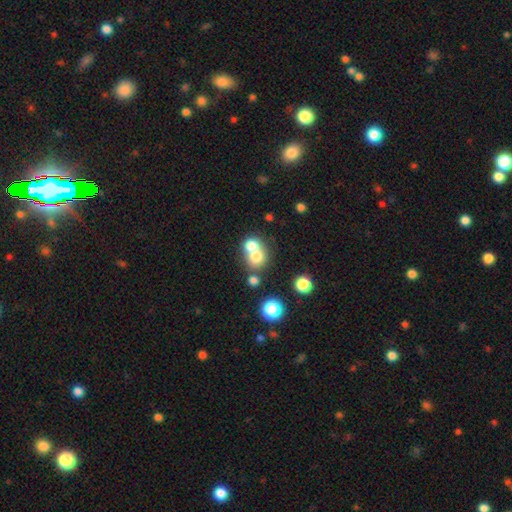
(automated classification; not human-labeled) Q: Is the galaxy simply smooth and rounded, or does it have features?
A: smooth — 71%.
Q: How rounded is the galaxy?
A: round — 77%.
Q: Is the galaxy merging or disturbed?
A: merger — 60%.